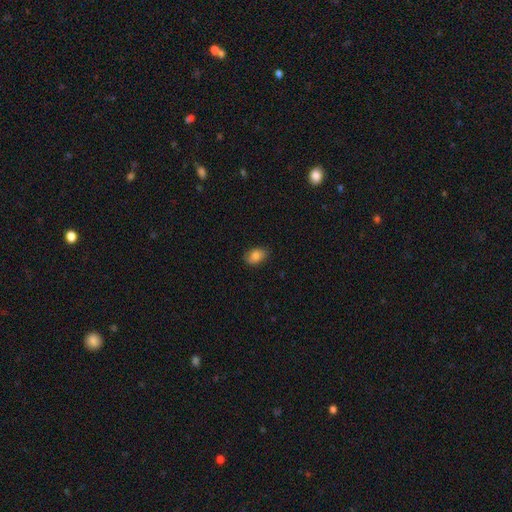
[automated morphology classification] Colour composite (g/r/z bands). It shows a smooth galaxy with no disk features (82%) that is in between round and cigar-shaped (82%). Merging: none (81%).